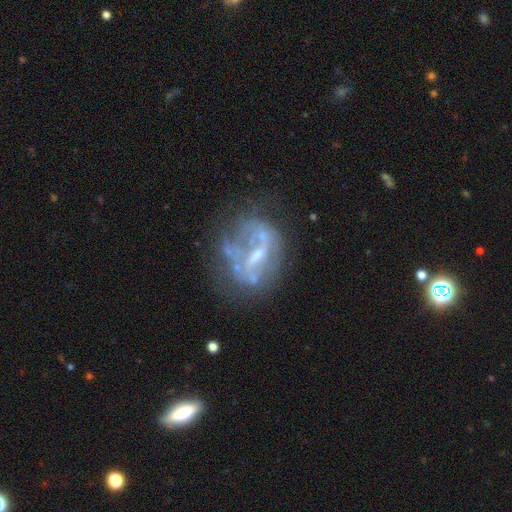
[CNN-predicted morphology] smooth-or-featured: featured or disk: 73% | smooth: 16% | star or artifact: 11%
  disk-edge-on: no: 96% | yes: 4%
    bar: weak: 39% | no: 33% | strong: 28%
    has-spiral-arms: no: 62% | yes: 38%
    bulge-size: small: 39% | none: 30% | moderate: 27% | large: 2% | dominant: 1%
  merging: none: 42% | major disturbance: 29% | minor disturbance: 21% | merger: 8%